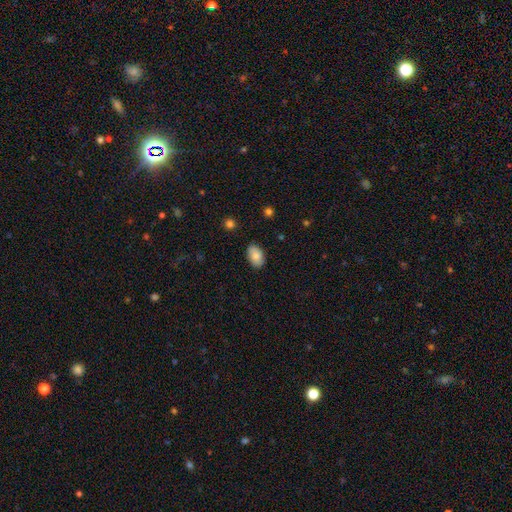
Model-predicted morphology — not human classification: The model was most divided on "merging": none: 84%, minor disturbance: 13%, major disturbance: 2%, merger: 1%. More confident: how rounded — in between (91%); smooth or featured — smooth (83%).